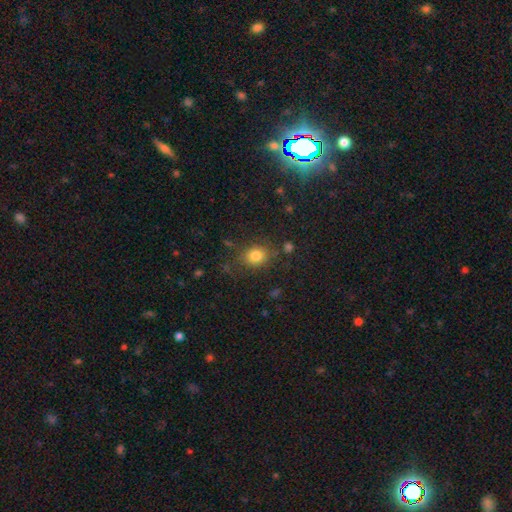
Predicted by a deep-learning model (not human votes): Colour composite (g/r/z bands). It shows a smooth galaxy with no disk features (81%) that is round (64%). Merging: none (77%).